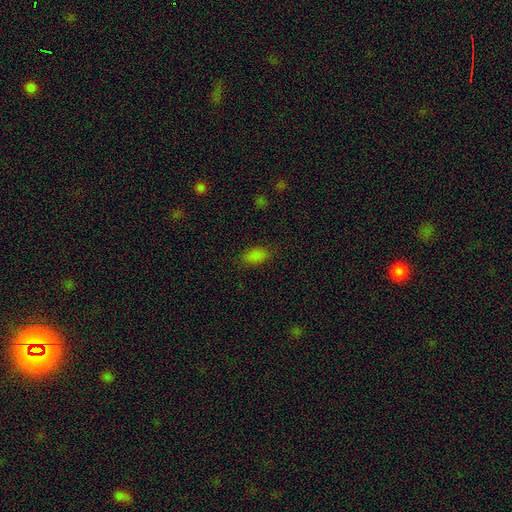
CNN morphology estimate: Smooth or featured? Predicted: smooth (p=0.83). How rounded? Predicted: in between (p=0.92). Merging? Predicted: none (p=0.82).